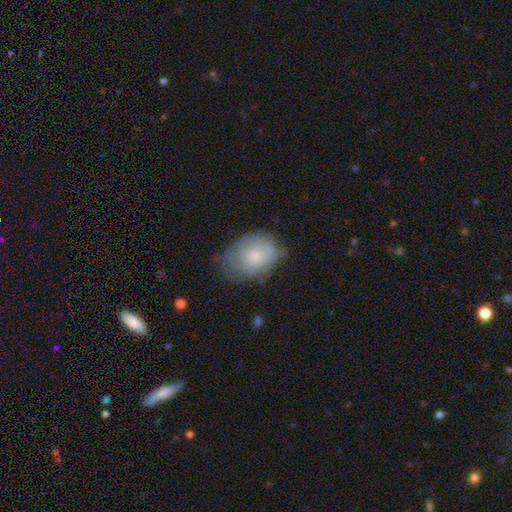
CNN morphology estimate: Q: Smooth or featured?
A: smooth (71%); runner-up: featured or disk (21%)
Q: How rounded?
A: in between (74%); runner-up: round (25%)
Q: Merging?
A: none (57%); runner-up: minor disturbance (31%)